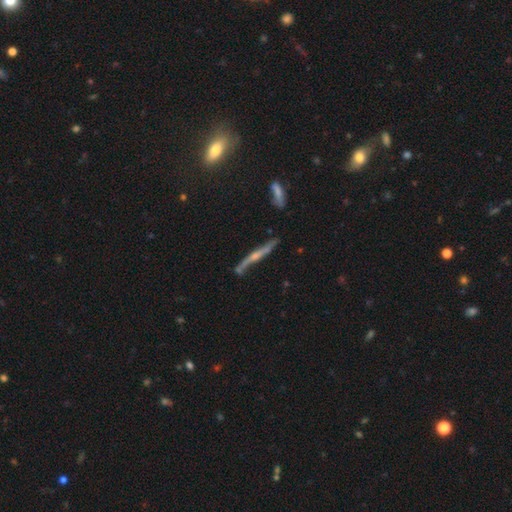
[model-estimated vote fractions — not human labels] Smooth or featured: featured or disk — 72% (smooth — 19%)
Edge-on disk: yes — 87% (no — 13%)
Edge-on bulge: rounded — 61% (none — 28%)
Merging: none — 68% (minor disturbance — 21%)